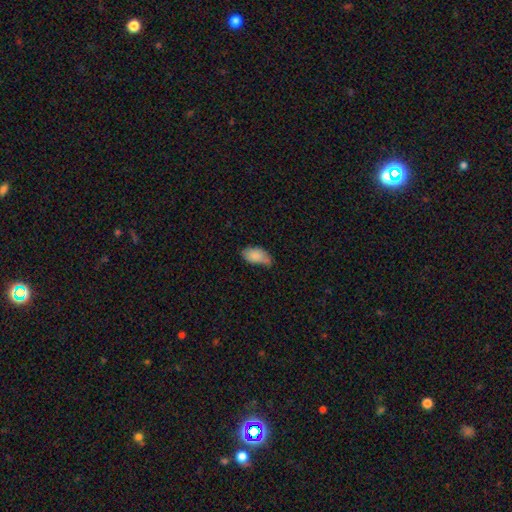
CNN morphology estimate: Q: Smooth or featured?
A: smooth (85%); runner-up: featured or disk (8%)
Q: How rounded?
A: in between (94%); runner-up: round (3%)
Q: Merging?
A: minor disturbance (44%); runner-up: none (42%)